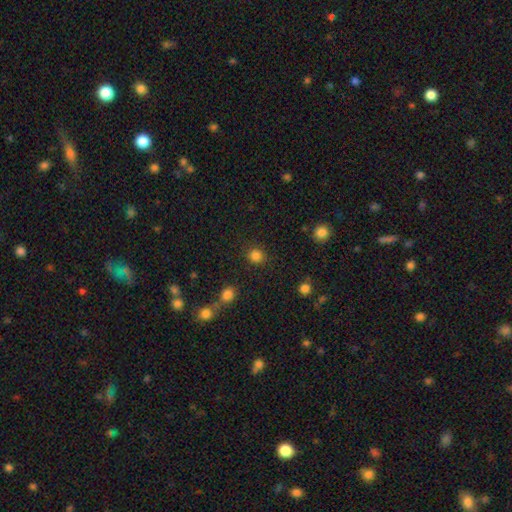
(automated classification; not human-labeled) Q: Smooth or featured?
A: smooth (84%); runner-up: star or artifact (12%)
Q: How rounded?
A: round (88%); runner-up: in between (11%)
Q: Merging?
A: none (87%); runner-up: minor disturbance (7%)